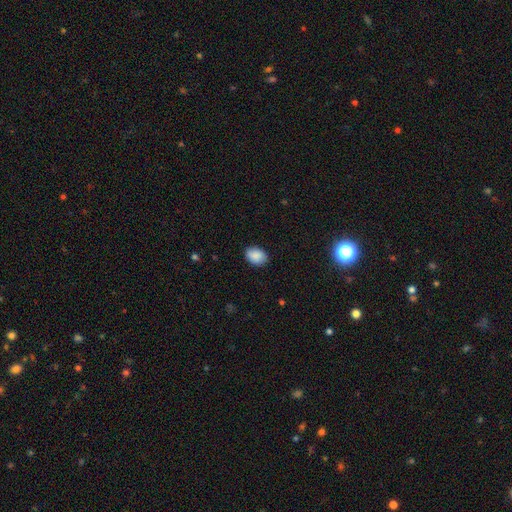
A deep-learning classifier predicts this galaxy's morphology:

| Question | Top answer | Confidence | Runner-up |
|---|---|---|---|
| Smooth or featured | smooth | 89% | star or artifact (7%) |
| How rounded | in between | 75% | round (24%) |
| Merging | none | 86% | minor disturbance (10%) |